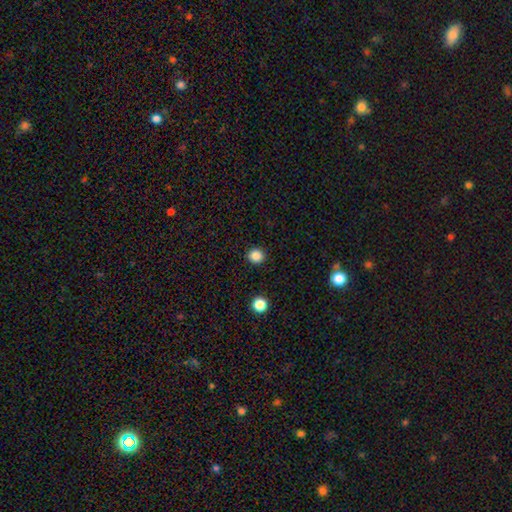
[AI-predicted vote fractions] Morphology: type=smooth (85%); roundness=round (91%); merging=none (93%).